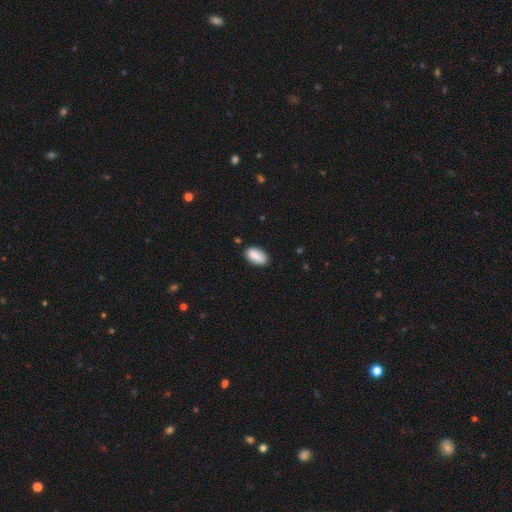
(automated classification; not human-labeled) This appears to be a smooth galaxy with no disk features (83%) that is in between round and cigar-shaped (89%). Merging: none (84%).